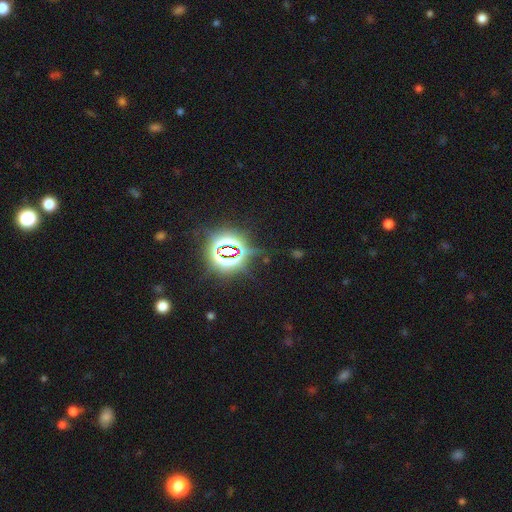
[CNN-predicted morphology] Smooth or featured: star or artifact — 83% (smooth — 11%)